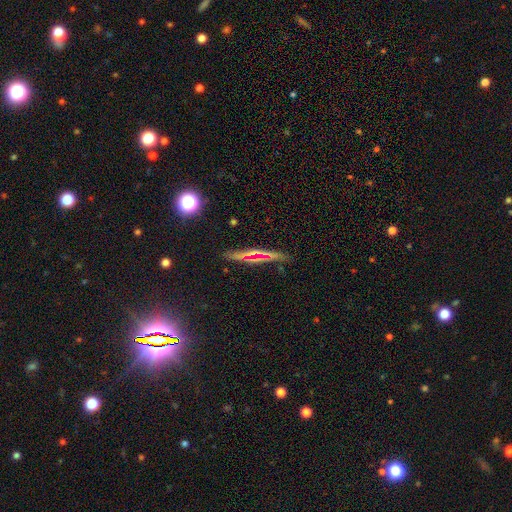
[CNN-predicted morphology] Smooth or featured? Predicted: featured or disk (p=0.43). Merging? Predicted: none (p=0.82).